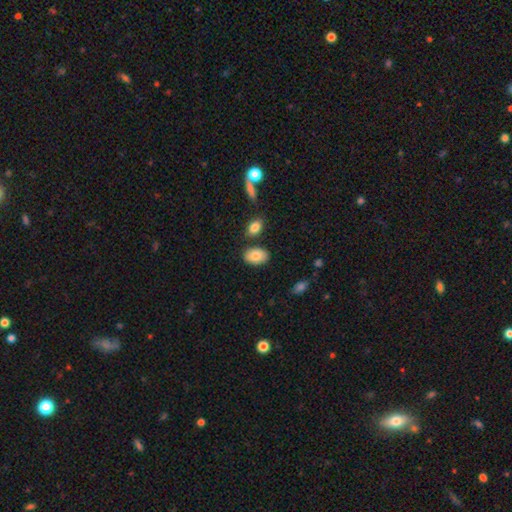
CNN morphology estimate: Overall: smooth (82%). How rounded: in between (90%). Merging: none (79%).